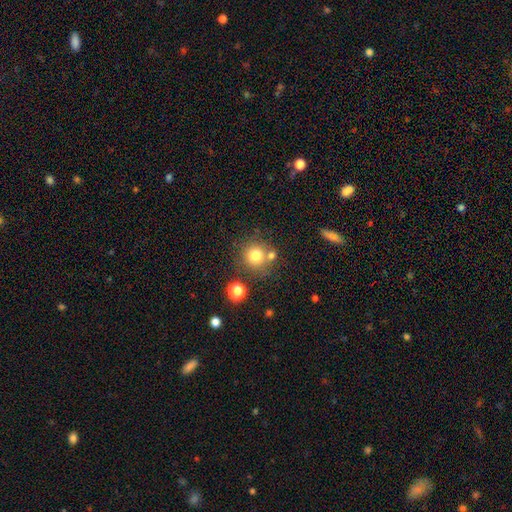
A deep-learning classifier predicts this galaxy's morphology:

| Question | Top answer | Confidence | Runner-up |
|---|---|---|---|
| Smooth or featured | smooth | 77% | star or artifact (13%) |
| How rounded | round | 92% | in between (7%) |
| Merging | none | 70% | merger (17%) |